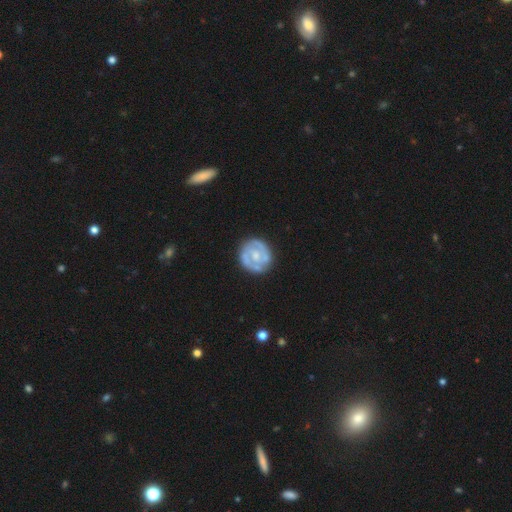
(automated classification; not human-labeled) Smooth or featured: featured or disk — 77% (smooth — 19%)
Edge-on disk: no — 98% (yes — 2%)
Bar: no — 55% (weak — 36%)
Spiral arms: yes — 85% (no — 15%)
Spiral winding: tight — 59% (medium — 32%)
Spiral arm count: 2 — 64% (can't tell — 17%)
Bulge size: moderate — 44% (small — 37%)
Merging: none — 79% (minor disturbance — 14%)